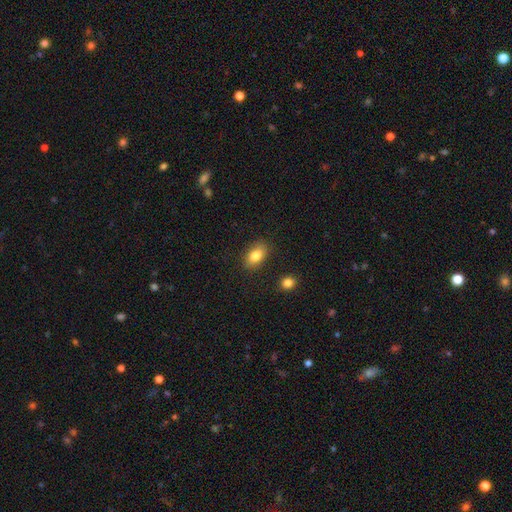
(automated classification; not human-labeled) This is clearly a smooth galaxy (83%). How rounded: clearly in between (87%). Merging: clearly none (85%).